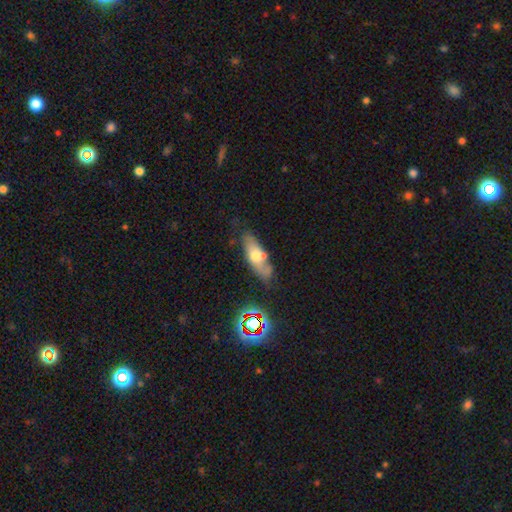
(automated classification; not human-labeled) Smooth or featured: smooth — 52% (featured or disk — 38%)
How rounded: in between — 72% (cigar-shaped — 24%)
Merging: none — 54% (minor disturbance — 24%)